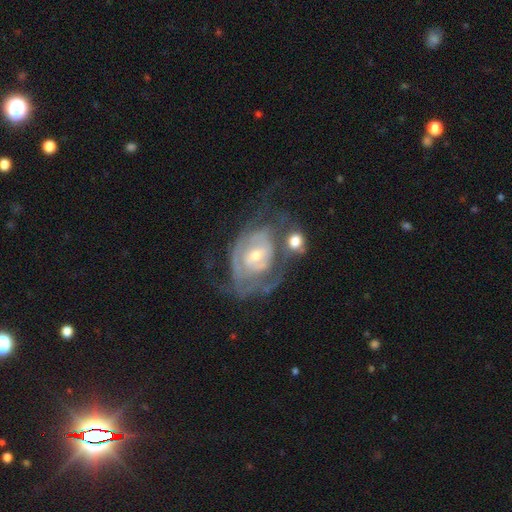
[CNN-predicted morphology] Q: Smooth or featured?
A: featured or disk (80%); runner-up: smooth (13%)
Q: Edge-on disk?
A: no (96%); runner-up: yes (4%)
Q: Bar?
A: no (55%); runner-up: weak (35%)
Q: Spiral arms?
A: yes (77%); runner-up: no (23%)
Q: Spiral winding?
A: tight (62%); runner-up: medium (27%)
Q: Spiral arm count?
A: can't tell (52%); runner-up: 2 (25%)
Q: Bulge size?
A: small (49%); runner-up: moderate (45%)
Q: Merging?
A: none (31%); runner-up: major disturbance (28%)